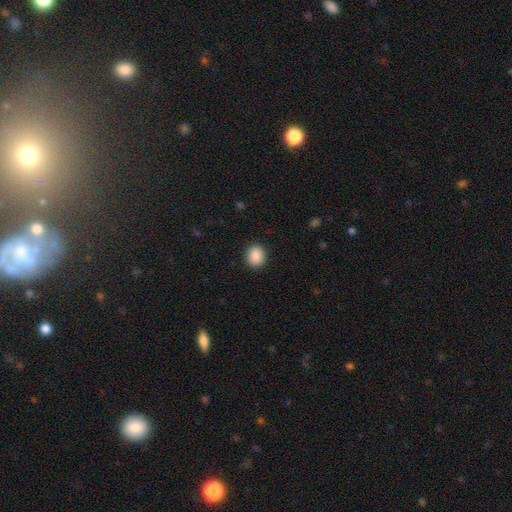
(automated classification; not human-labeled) Smooth or featured: smooth — 89% (star or artifact — 8%)
How rounded: round — 76% (in between — 23%)
Merging: none — 91% (minor disturbance — 6%)